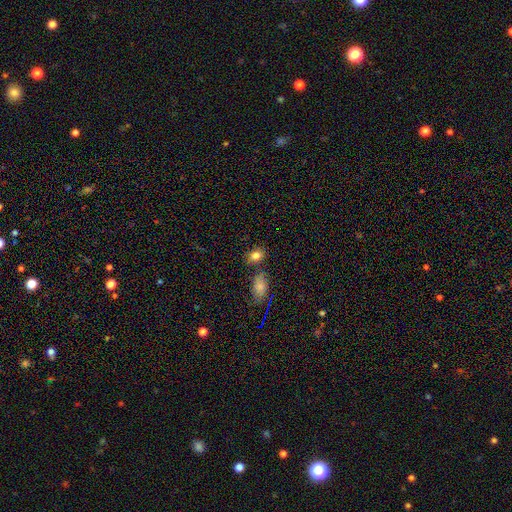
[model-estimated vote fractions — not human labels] Smooth or featured?
  - smooth: 81% *
  - star or artifact: 11%
  - featured or disk: 8%
How rounded?
  - in between: 71% *
  - round: 27%
  - cigar-shaped: 2%
Merging?
  - none: 70% *
  - minor disturbance: 15%
  - merger: 11%
  - major disturbance: 4%